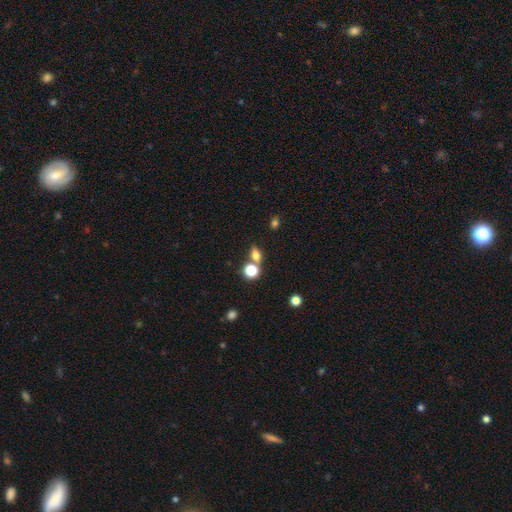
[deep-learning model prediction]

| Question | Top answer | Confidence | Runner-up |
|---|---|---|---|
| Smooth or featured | smooth | 71% | star or artifact (18%) |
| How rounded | in between | 57% | round (38%) |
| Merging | none | 59% | merger (27%) |